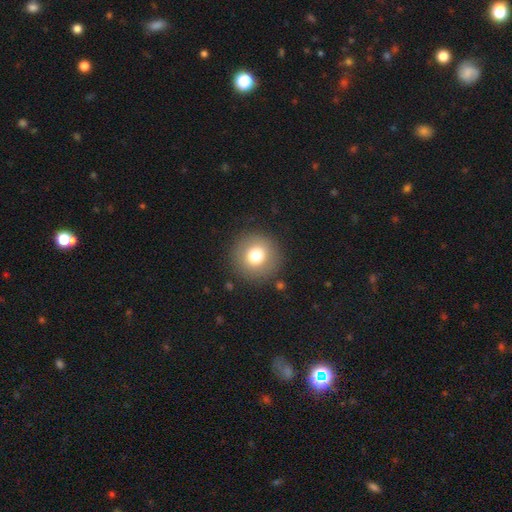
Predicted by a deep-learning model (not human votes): The model was most divided on "smooth or featured": smooth: 75%, featured or disk: 14%, star or artifact: 11%. More confident: how rounded — round (96%); merging — none (89%).